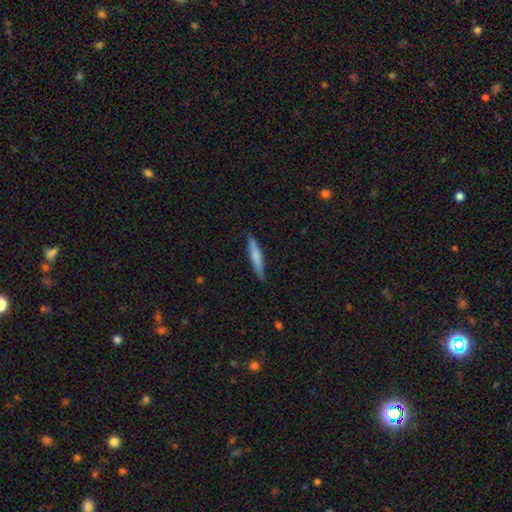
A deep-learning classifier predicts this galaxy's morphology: Smooth or featured? Predicted: smooth (p=0.63). How rounded? Predicted: cigar-shaped (p=0.92). Merging? Predicted: none (p=0.83).